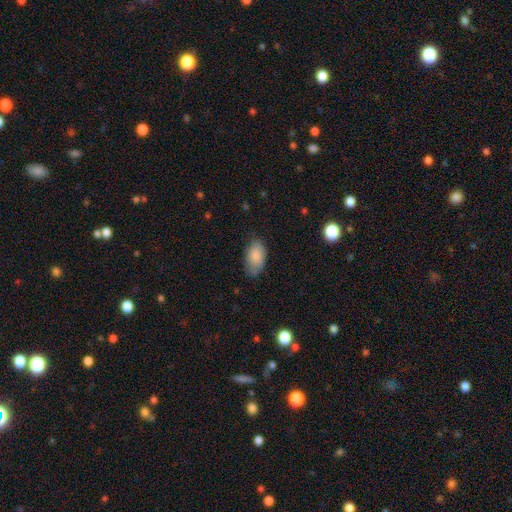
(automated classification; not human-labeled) Overall: smooth (85%). How rounded: in between (93%). Merging: none (71%).